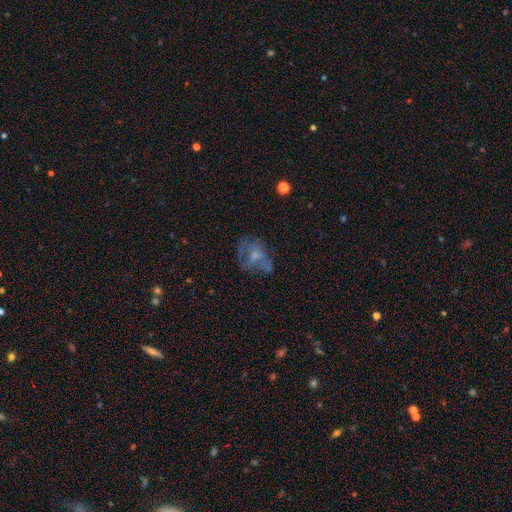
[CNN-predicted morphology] This appears to be a featured or disk galaxy (48%). Merging: none (40%).